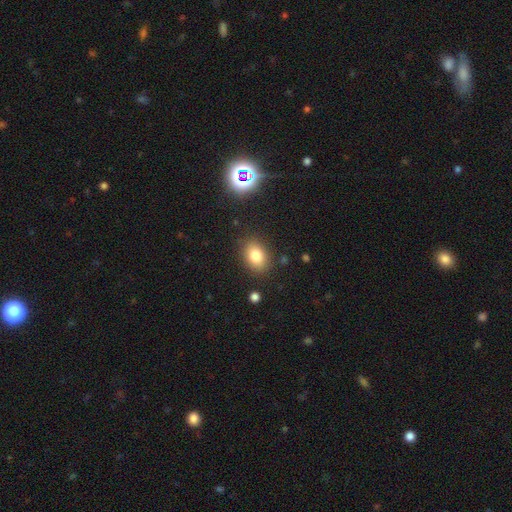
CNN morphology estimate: A smooth galaxy with no disk features (81%) that is in between round and cigar-shaped (73%). Merging: none (85%).